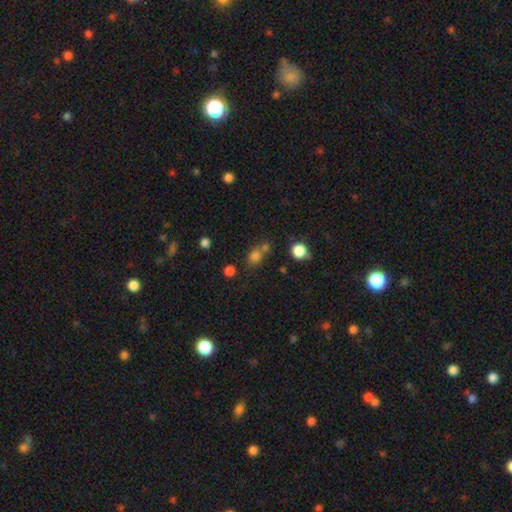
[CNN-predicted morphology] Q: Smooth or featured?
A: smooth (72%); runner-up: star or artifact (20%)
Q: How rounded?
A: round (71%); runner-up: in between (27%)
Q: Merging?
A: none (53%); runner-up: merger (31%)